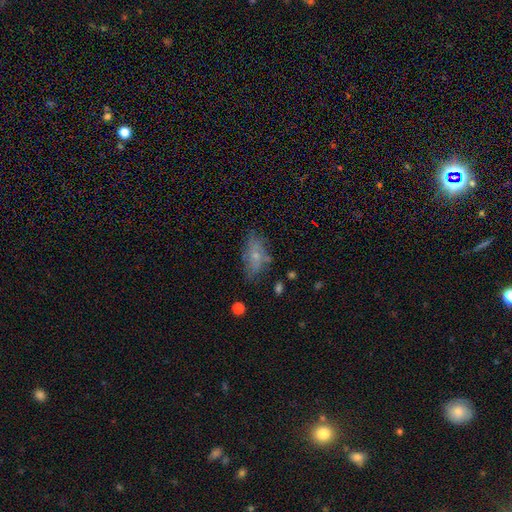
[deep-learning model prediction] Overall: smooth (57%; featured or disk 32%). How rounded: in between (85%). Merging: none (59%; minor disturbance 26%).